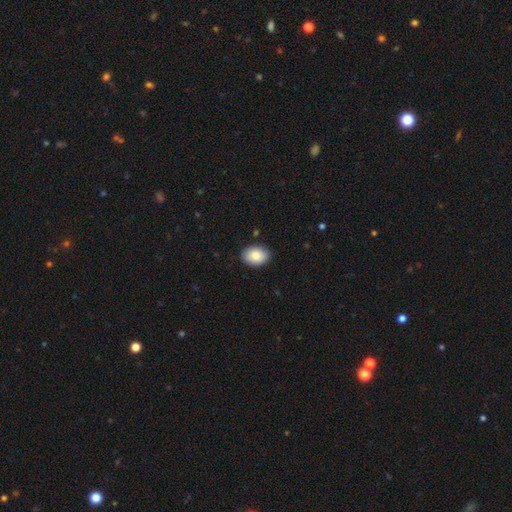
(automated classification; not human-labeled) Overall: smooth (84%). How rounded: in between (78%). Merging: none (87%).